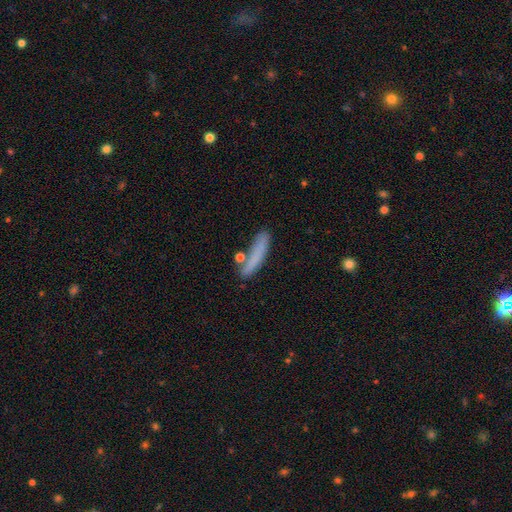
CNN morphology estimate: This is likely a smooth galaxy (75%). How rounded: clearly cigar-shaped (87%). Merging: likely none (72%).